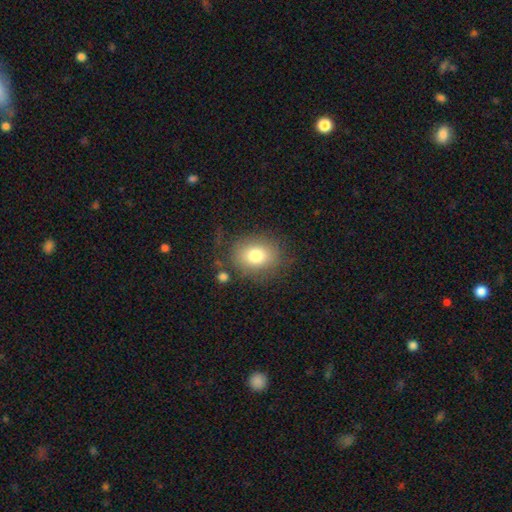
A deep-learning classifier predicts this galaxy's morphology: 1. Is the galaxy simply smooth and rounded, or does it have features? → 77% smooth, 13% featured or disk, 10% star or artifact.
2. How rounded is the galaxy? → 56% round, 43% in between, 1% cigar-shaped.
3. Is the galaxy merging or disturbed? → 73% none, 16% minor disturbance, 9% major disturbance, 3% merger.